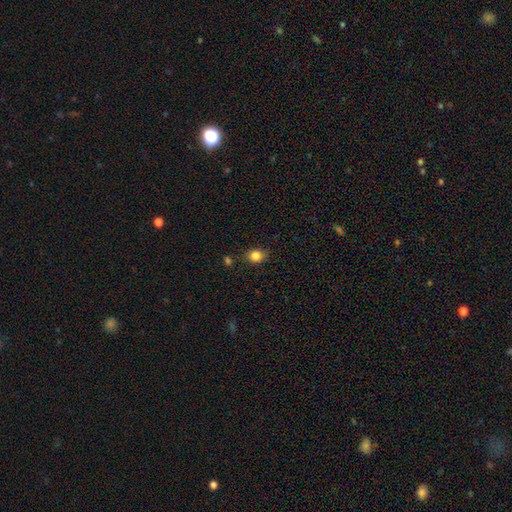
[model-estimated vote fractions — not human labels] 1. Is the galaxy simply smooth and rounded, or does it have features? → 84% smooth, 11% star or artifact, 5% featured or disk.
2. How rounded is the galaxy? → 56% round, 43% in between, 1% cigar-shaped.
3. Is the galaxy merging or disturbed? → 81% none, 13% minor disturbance, 3% merger, 3% major disturbance.